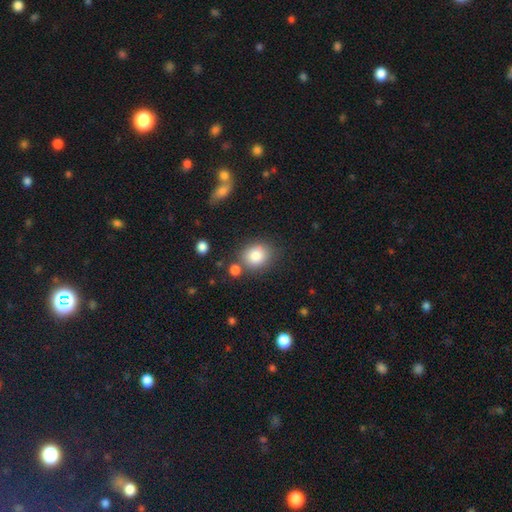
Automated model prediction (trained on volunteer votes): smooth 83%, star or artifact 9%, featured or disk 8%. Down the decision tree: how rounded — round (60%); merging — none (71%).